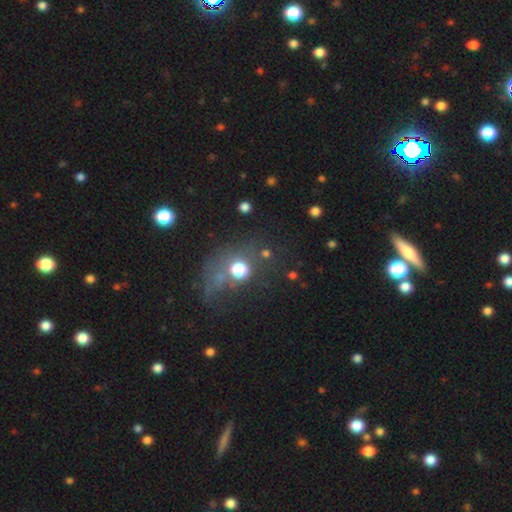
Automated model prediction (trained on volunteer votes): Q: Smooth or featured?
A: smooth (47%); runner-up: star or artifact (38%)
Q: Merging?
A: none (51%); runner-up: major disturbance (19%)